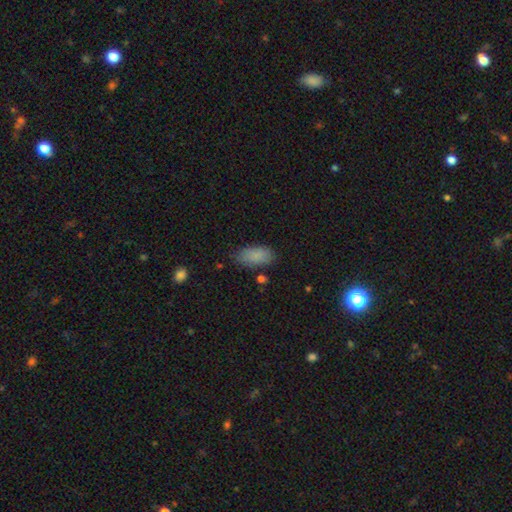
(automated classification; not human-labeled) Morphology: type=smooth (87%); roundness=in between (90%); merging=none (74%).